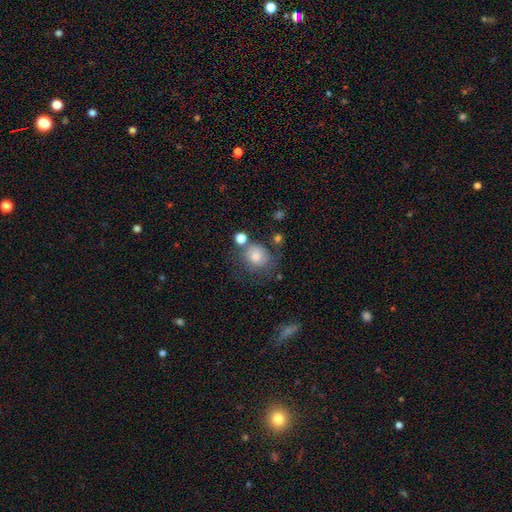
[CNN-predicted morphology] Smooth or featured? smooth (75%)
How rounded? round (76%)
Merging? none (51%)